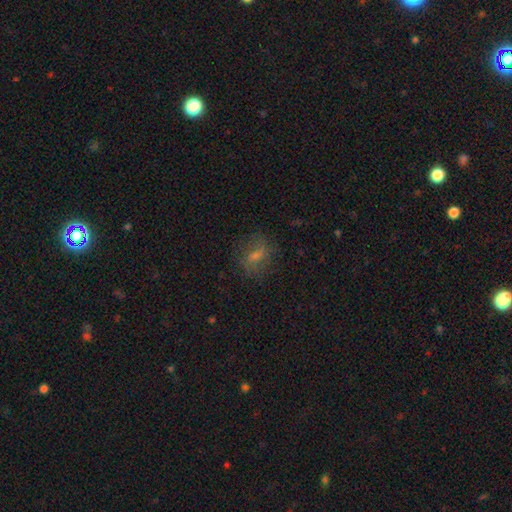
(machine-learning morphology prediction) A smooth galaxy with no disk features (51%) that is in between round and cigar-shaped (55%).

Vote fractions:
- Smooth or featured? smooth: 51% / featured or disk: 29% / star or artifact: 19%
- How rounded? in between: 55% / round: 39% / cigar-shaped: 6%
- Merging? none: 76% / minor disturbance: 15% / major disturbance: 8% / merger: 1%